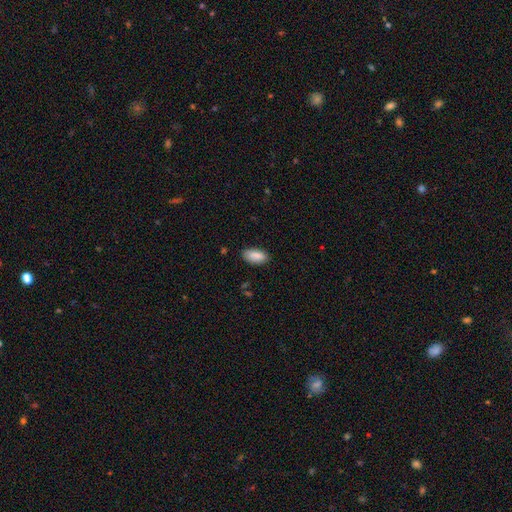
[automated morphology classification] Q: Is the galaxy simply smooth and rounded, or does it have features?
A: smooth — 88%.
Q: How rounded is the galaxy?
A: in between — 92%.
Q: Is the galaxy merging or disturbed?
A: none — 83%.